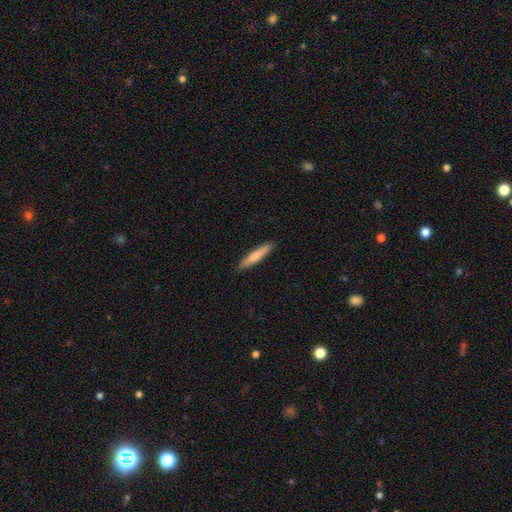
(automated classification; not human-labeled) smooth-or-featured: smooth: 77% | featured or disk: 18% | star or artifact: 5%
  how-rounded: cigar-shaped: 90% | in between: 9% | round: 1%
  merging: none: 91% | minor disturbance: 7% | major disturbance: 1% | merger: 1%